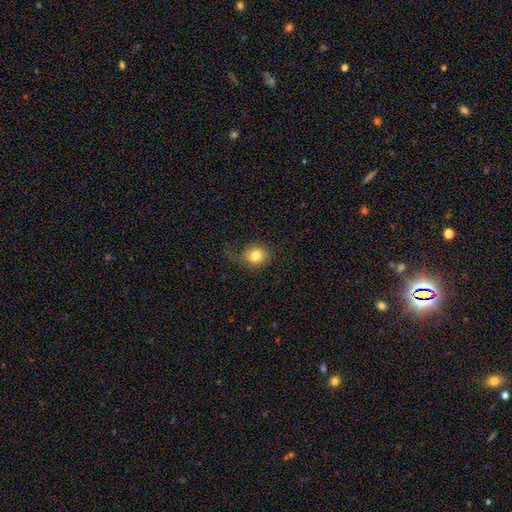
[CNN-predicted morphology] A smooth galaxy with no disk features (76%) that is round (84%).

Vote fractions:
- Smooth or featured? smooth: 76% / featured or disk: 14% / star or artifact: 9%
- How rounded? round: 84% / in between: 15% / cigar-shaped: 1%
- Merging? none: 54% / major disturbance: 24% / minor disturbance: 20% / merger: 2%